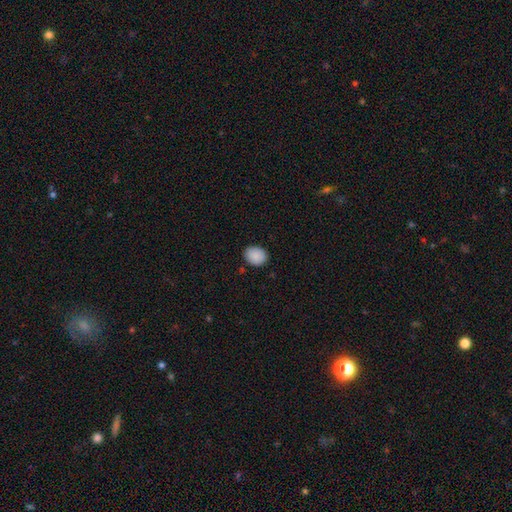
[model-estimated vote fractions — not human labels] The model was most divided on "how rounded": round: 50%, in between: 49%, cigar-shaped: 1%. More confident: smooth or featured — smooth (89%); merging — none (86%).